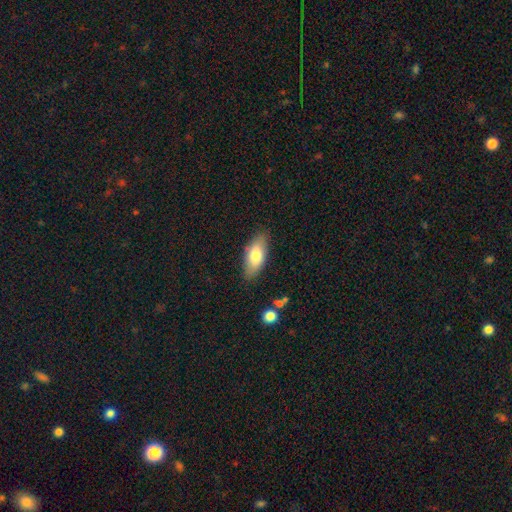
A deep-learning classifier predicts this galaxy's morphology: Smooth or featured? smooth (75%)
How rounded? in between (83%)
Merging? none (83%)